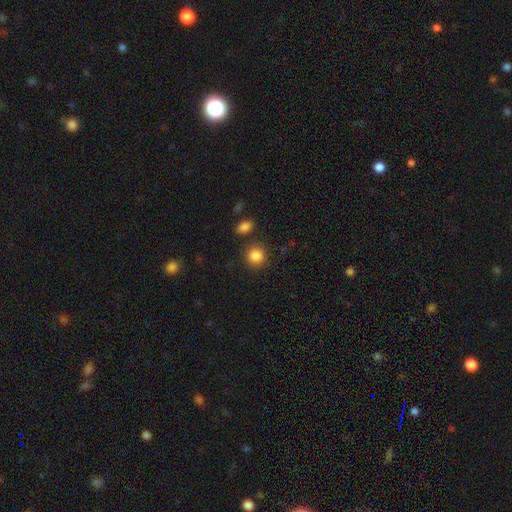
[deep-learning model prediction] smooth 86%, star or artifact 10%, featured or disk 4%. Down the decision tree: how rounded — round (89%); merging — none (85%).